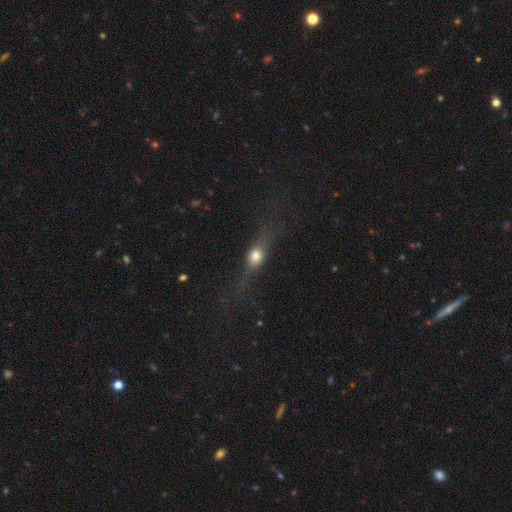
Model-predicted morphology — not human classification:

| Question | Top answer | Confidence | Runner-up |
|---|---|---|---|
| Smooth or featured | smooth | 53% | featured or disk (35%) |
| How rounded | in between | 42% | round (33%) |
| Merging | none | 65% | minor disturbance (18%) |